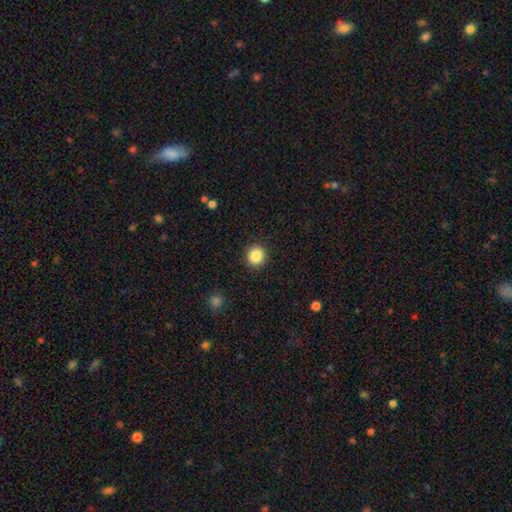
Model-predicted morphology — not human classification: This appears to be a smooth galaxy with no disk features (87%) that is round (92%). Merging: none (92%).